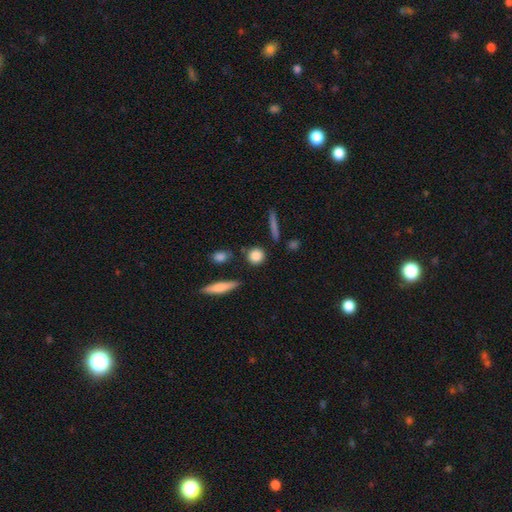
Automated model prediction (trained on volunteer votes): smooth_or_featured: smooth (p=0.84) [alt: star or artifact p=0.08]
how_rounded: round (p=0.81) [alt: in between p=0.12]
merging: none (p=0.84) [alt: minor disturbance p=0.09]